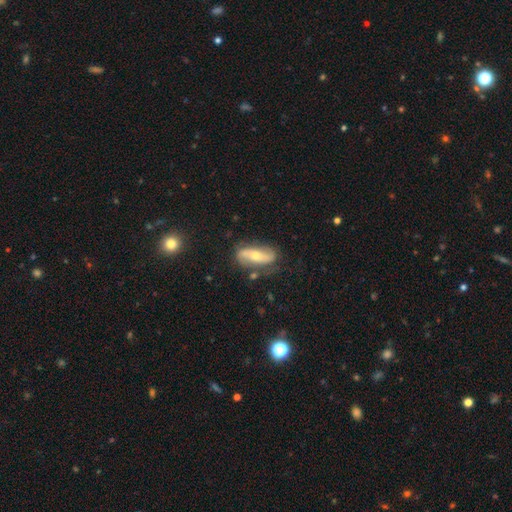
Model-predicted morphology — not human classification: smooth-or-featured: featured or disk: 63% | smooth: 31% | star or artifact: 6%
  disk-edge-on: no: 83% | yes: 17%
    bar: no: 48% | strong: 29% | weak: 23%
    has-spiral-arms: yes: 80% | no: 20%
    bulge-size: moderate: 55% | small: 40% | large: 3% | none: 1% | dominant: 1%
  merging: none: 71% | minor disturbance: 19% | major disturbance: 7% | merger: 4%